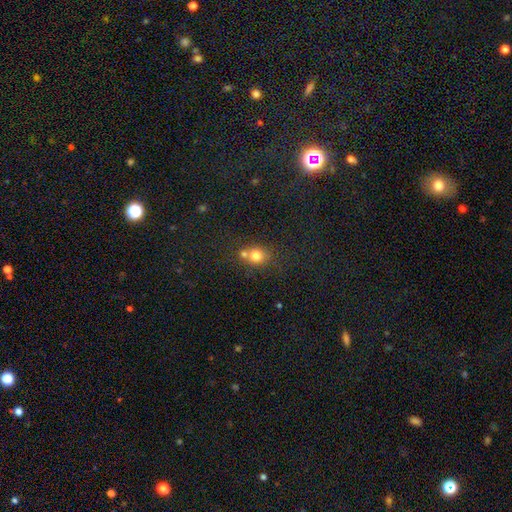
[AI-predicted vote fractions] Overall: smooth (77%). How rounded: round (77%). Merging: none (49%; merger 38%).